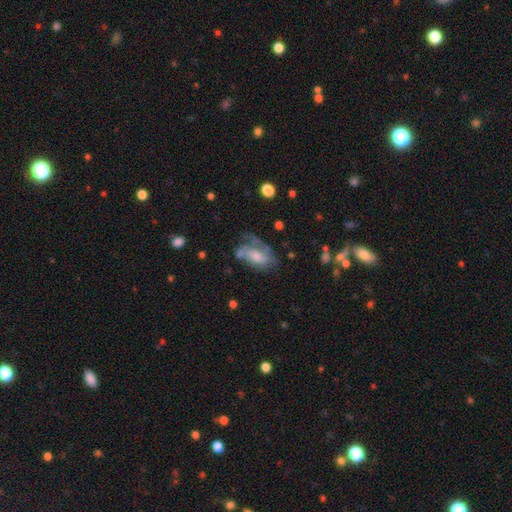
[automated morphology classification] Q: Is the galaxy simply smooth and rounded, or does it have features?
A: featured or disk — 56%.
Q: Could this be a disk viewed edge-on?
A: no — 94%.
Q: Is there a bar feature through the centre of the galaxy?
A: no — 63%.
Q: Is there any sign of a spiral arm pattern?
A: yes — 72%.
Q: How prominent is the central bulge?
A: moderate — 39%.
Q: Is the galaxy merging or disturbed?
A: none — 40%.